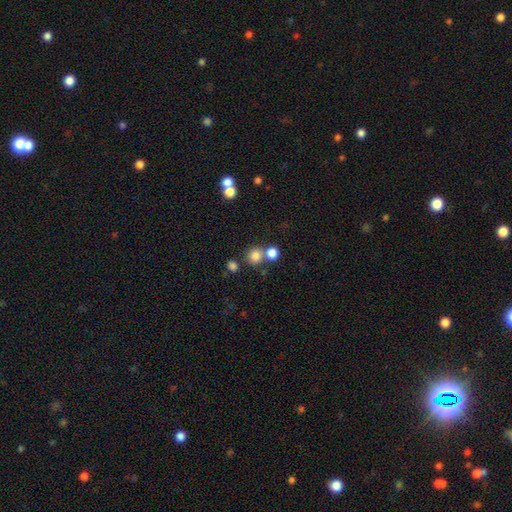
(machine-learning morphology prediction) Overall: smooth (79%). How rounded: round (89%). Merging: none (62%; merger 28%).